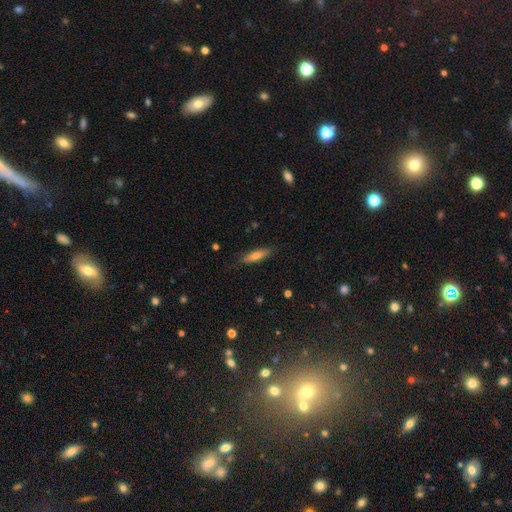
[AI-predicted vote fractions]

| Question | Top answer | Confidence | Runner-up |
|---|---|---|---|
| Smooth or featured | smooth | 63% | featured or disk (30%) |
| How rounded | cigar-shaped | 72% | in between (26%) |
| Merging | none | 84% | minor disturbance (13%) |